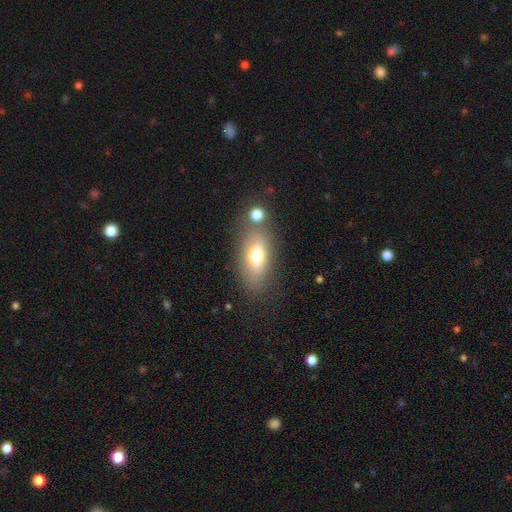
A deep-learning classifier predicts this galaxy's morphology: type=smooth (67%); roundness=in between (79%); merging=none (68%).